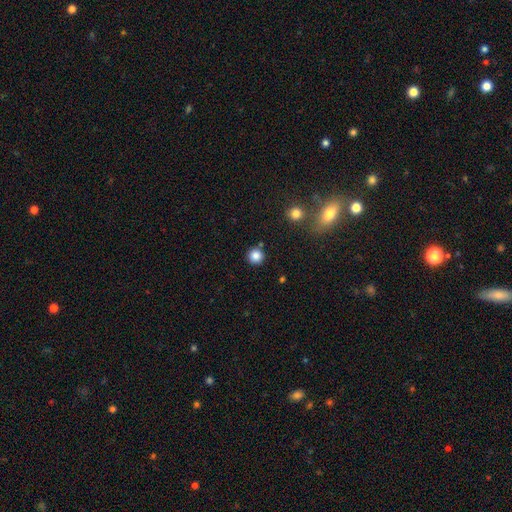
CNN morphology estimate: This appears to be a smooth galaxy with no disk features (85%) that is round (95%). Merging: none (88%).